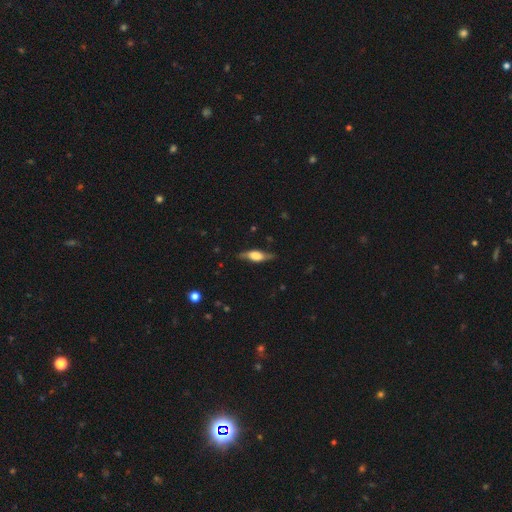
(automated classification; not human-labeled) This is possibly a featured or disk galaxy (56%). It is clearly viewed edge-on (80%). Merging: likely none (75%).